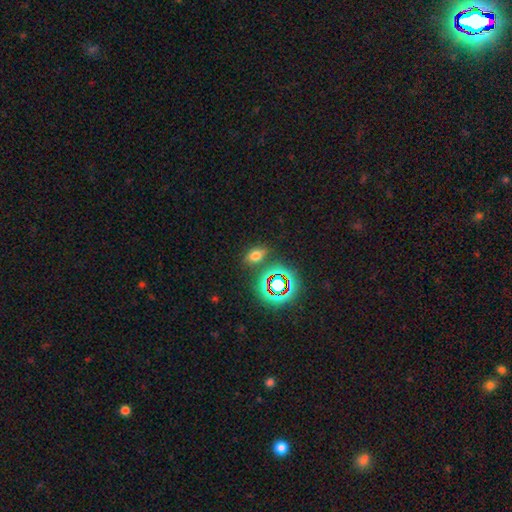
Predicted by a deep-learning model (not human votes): Smooth or featured?
  - smooth: 64% *
  - star or artifact: 27%
  - featured or disk: 8%
How rounded?
  - in between: 80% *
  - round: 18%
  - cigar-shaped: 3%
Merging?
  - none: 81% *
  - minor disturbance: 11%
  - merger: 5%
  - major disturbance: 4%